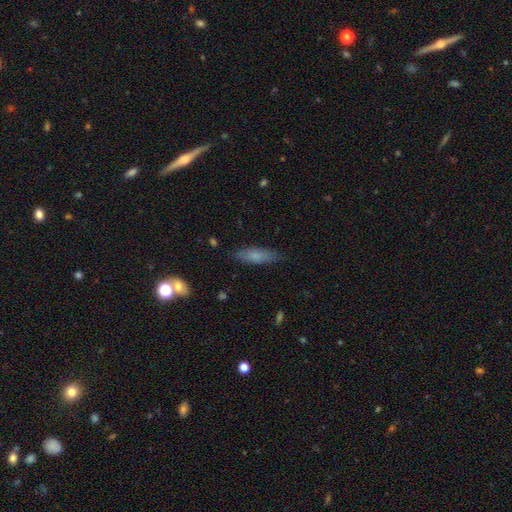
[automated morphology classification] Smooth or featured? smooth (73%)
How rounded? cigar-shaped (59%)
Merging? none (82%)